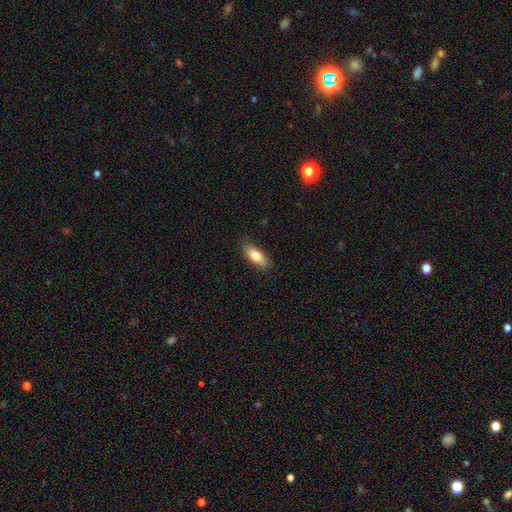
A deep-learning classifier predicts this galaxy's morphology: The model was most divided on "how rounded": in between: 78%, cigar-shaped: 19%, round: 3%. More confident: merging — none (86%); smooth or featured — smooth (77%).